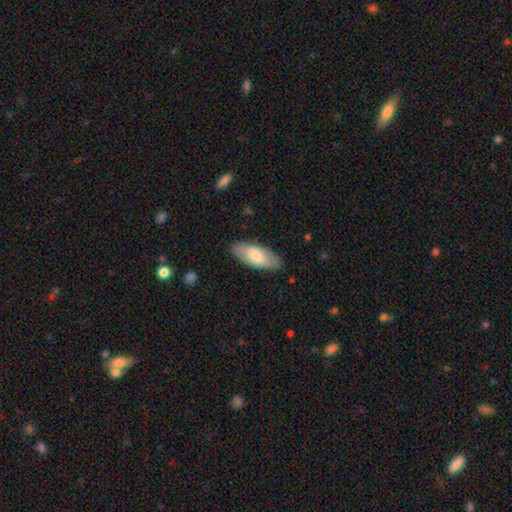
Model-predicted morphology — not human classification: This appears to be a smooth galaxy with no disk features (68%) that is in between round and cigar-shaped (86%). Merging: none (84%).